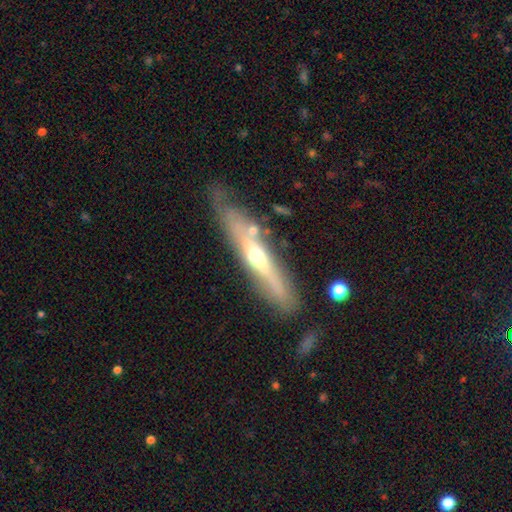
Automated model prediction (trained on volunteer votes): smooth_or_featured: featured or disk (p=0.67) [alt: smooth p=0.28]
disk_edge_on: yes (p=0.78) [alt: no p=0.22]
edge_on_bulge: rounded (p=0.82) [alt: none p=0.14]
merging: none (p=0.68) [alt: minor disturbance p=0.20]